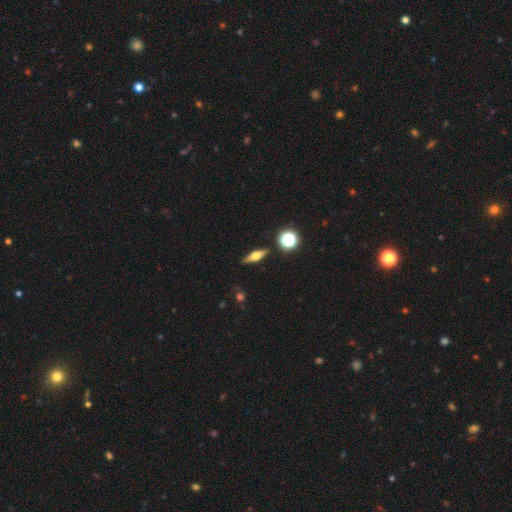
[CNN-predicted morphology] Overall: featured or disk (51%; smooth 39%). Edge-on disk: yes (92%). Merging: none (87%).